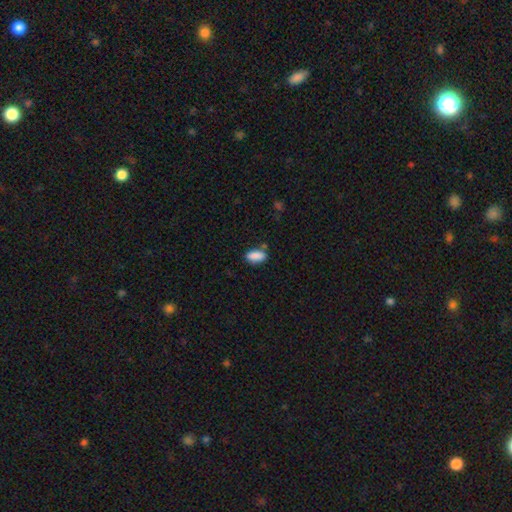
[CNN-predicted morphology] A smooth galaxy with no disk features (88%) that is in between round and cigar-shaped (87%). Merging: none (77%).